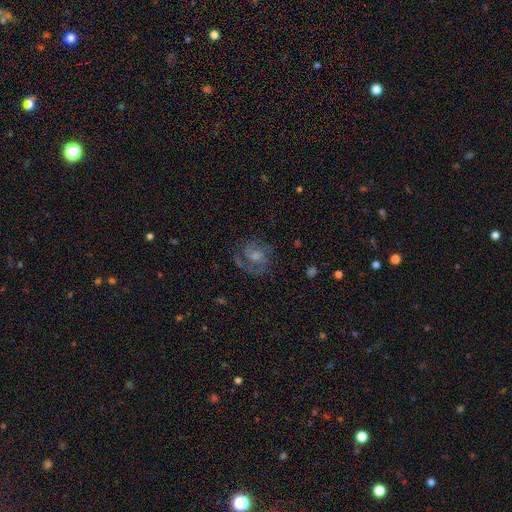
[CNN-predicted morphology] Overall: featured or disk (76%). Edge-on disk: no (97%). Bar: no (54%; weak 38%). Spiral arms: yes (93%). Spiral arm count: 2 (58%). Spiral winding: medium (51%; tight 30%). Bulge size: moderate (41%; small 33%). Merging: none (66%).